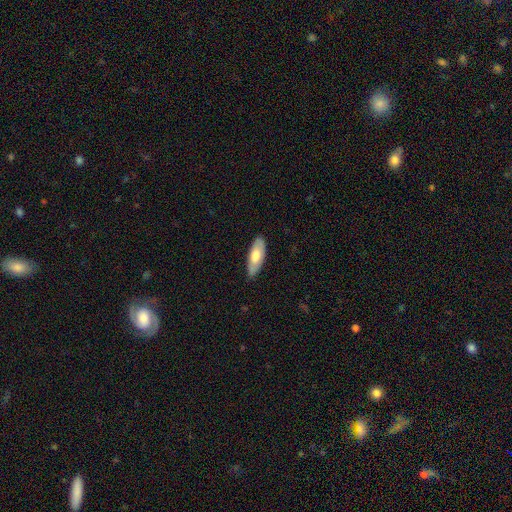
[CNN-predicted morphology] Overall: smooth (67%; featured or disk 27%). How rounded: in between (77%). Merging: none (80%).